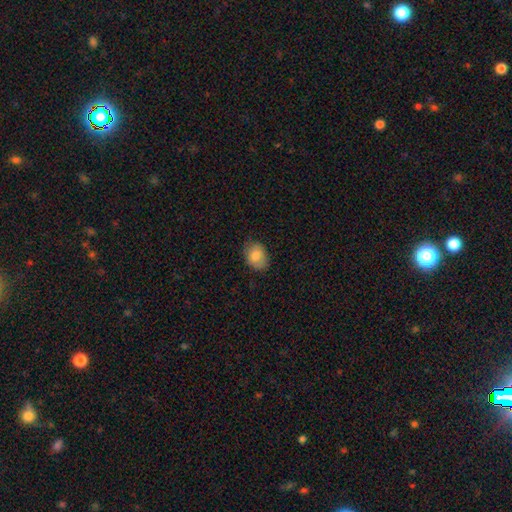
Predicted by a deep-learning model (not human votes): A smooth galaxy with no disk features (81%) that is in between round and cigar-shaped (66%).

Vote fractions:
- Smooth or featured? smooth: 81% / featured or disk: 11% / star or artifact: 8%
- How rounded? in between: 66% / round: 33% / cigar-shaped: 1%
- Merging? none: 79% / minor disturbance: 17% / major disturbance: 3% / merger: 1%